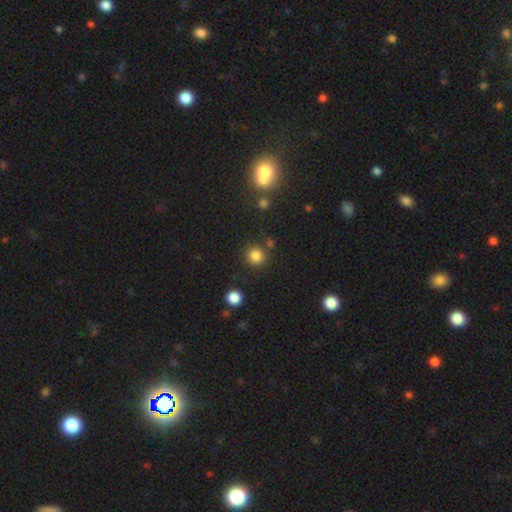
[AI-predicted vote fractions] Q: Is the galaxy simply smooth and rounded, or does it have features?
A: smooth — 82%.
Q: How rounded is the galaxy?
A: round — 93%.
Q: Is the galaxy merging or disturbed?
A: none — 84%.